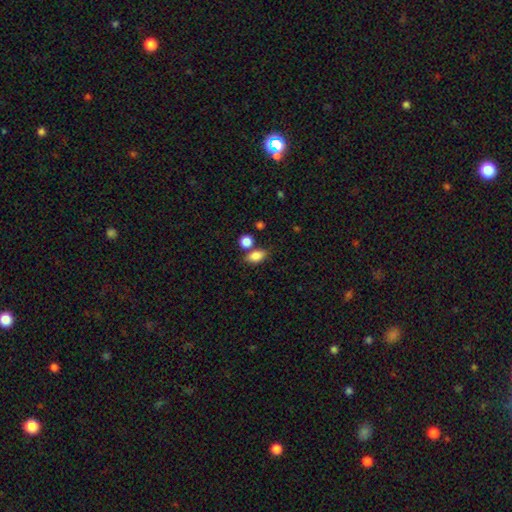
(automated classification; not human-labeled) Morphology: type=smooth (84%); roundness=in between (81%); merging=none (61%).